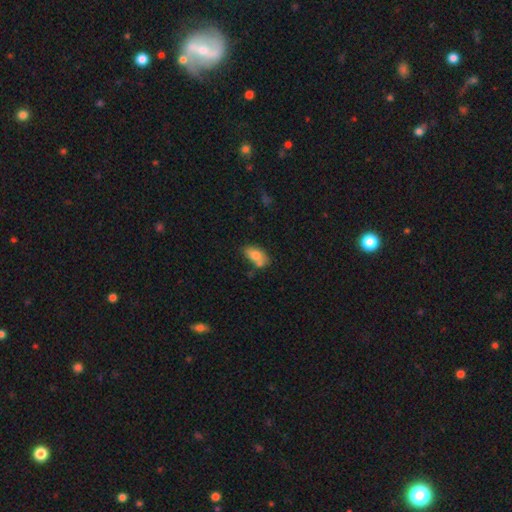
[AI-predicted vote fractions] smooth-or-featured: smooth: 78% | featured or disk: 14% | star or artifact: 8%
  how-rounded: in between: 91% | round: 5% | cigar-shaped: 3%
  merging: none: 50% | merger: 22% | minor disturbance: 22% | major disturbance: 6%